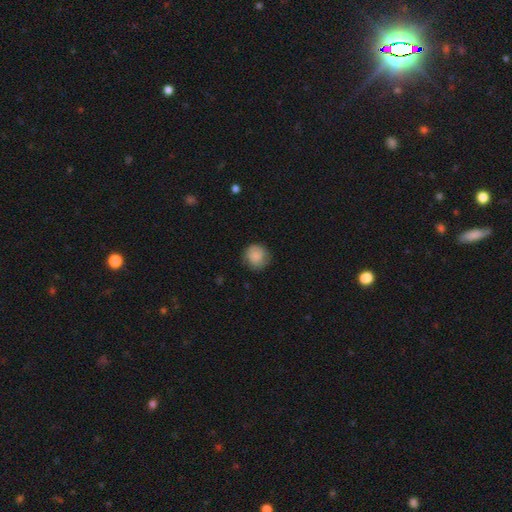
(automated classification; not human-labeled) This is likely a smooth galaxy (79%). How rounded: clearly round (88%). Merging: likely none (75%).